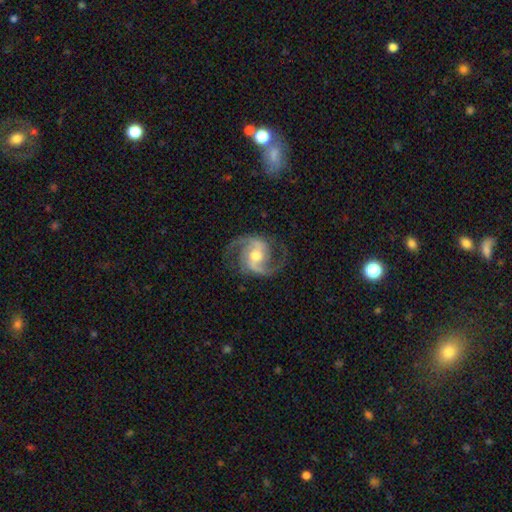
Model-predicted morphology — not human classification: Smooth or featured? Predicted: featured or disk (p=0.92). Edge-on disk? Predicted: no (p=0.98). Bar? Predicted: weak (p=0.41). Spiral arms? Predicted: yes (p=0.98). Spiral winding? Predicted: medium (p=0.60). Spiral arm count? Predicted: 2 (p=0.89). Bulge size? Predicted: moderate (p=0.71). Merging? Predicted: none (p=0.79).